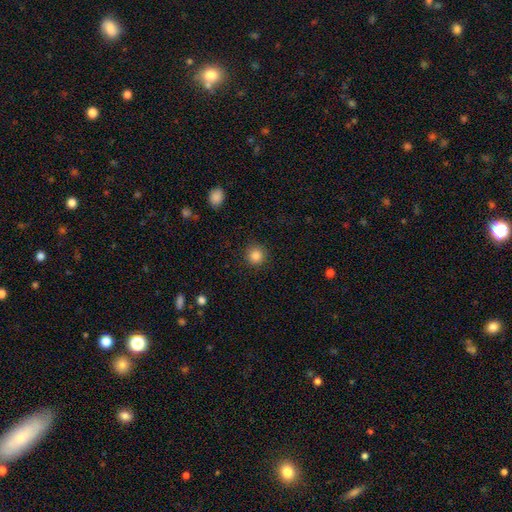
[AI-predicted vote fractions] A smooth galaxy with no disk features (86%) that is round (93%).

Vote fractions:
- Smooth or featured? smooth: 86% / star or artifact: 11% / featured or disk: 4%
- How rounded? round: 93% / in between: 6% / cigar-shaped: 1%
- Merging? none: 90% / minor disturbance: 6% / major disturbance: 2% / merger: 1%